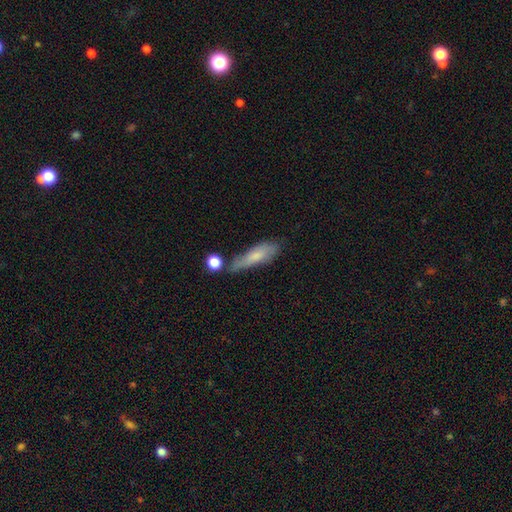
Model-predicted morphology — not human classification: A smooth galaxy with no disk features (68%) that is cigar-shaped (58%). Merging: none (50%).